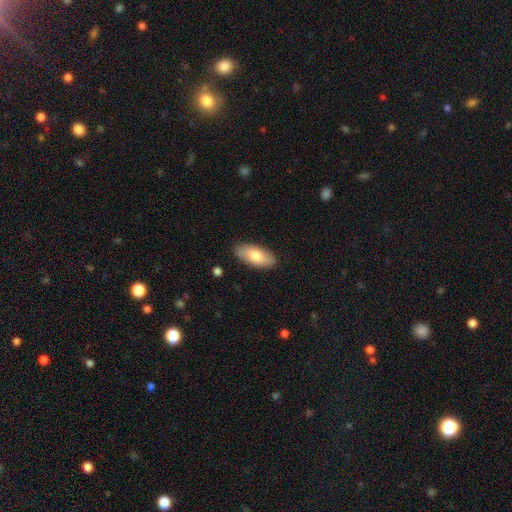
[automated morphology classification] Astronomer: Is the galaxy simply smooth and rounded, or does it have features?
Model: smooth — 76%.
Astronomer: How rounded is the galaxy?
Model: in between — 88%.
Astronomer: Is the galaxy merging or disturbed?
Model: none — 88%.